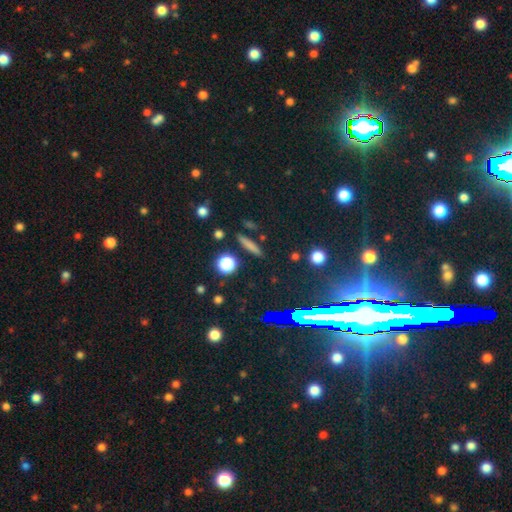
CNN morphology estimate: Smooth or featured: star or artifact — 67% (smooth — 17%)